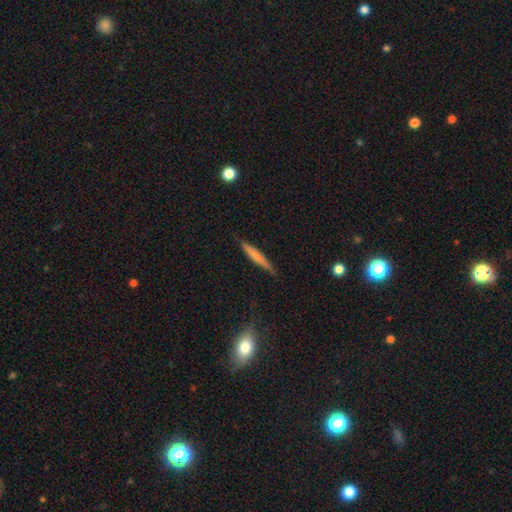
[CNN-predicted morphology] This appears to be a smooth galaxy with no disk features (64%) that is cigar-shaped (94%). Merging: none (82%).